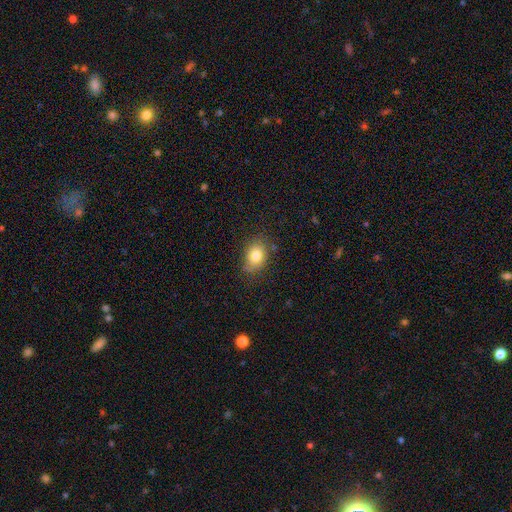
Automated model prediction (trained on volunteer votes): Q: Smooth or featured?
A: smooth (79%); runner-up: featured or disk (11%)
Q: How rounded?
A: in between (67%); runner-up: round (32%)
Q: Merging?
A: none (75%); runner-up: minor disturbance (18%)